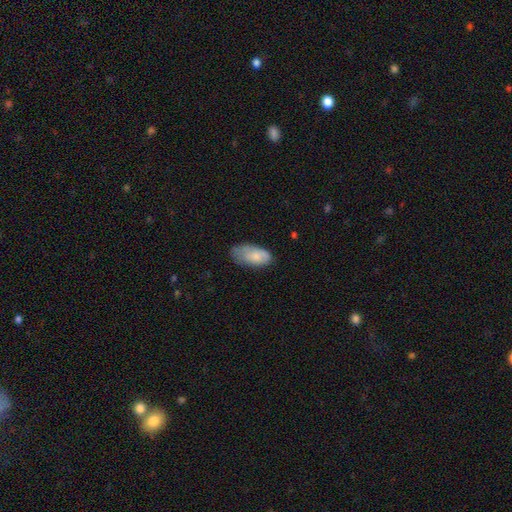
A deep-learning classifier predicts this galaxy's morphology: smooth_or_featured: smooth (p=0.78) [alt: featured or disk p=0.15]
how_rounded: in between (p=0.92) [alt: cigar-shaped p=0.05]
merging: none (p=0.51) [alt: minor disturbance p=0.36]